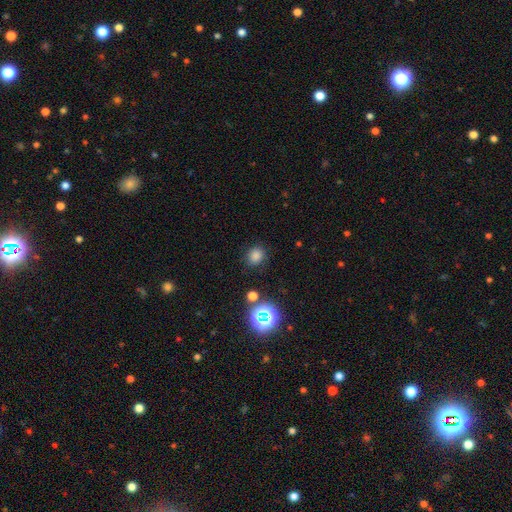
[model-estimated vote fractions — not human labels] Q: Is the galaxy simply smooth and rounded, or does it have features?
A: smooth — 76%.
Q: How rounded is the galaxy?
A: round — 75%.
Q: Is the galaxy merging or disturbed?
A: none — 83%.